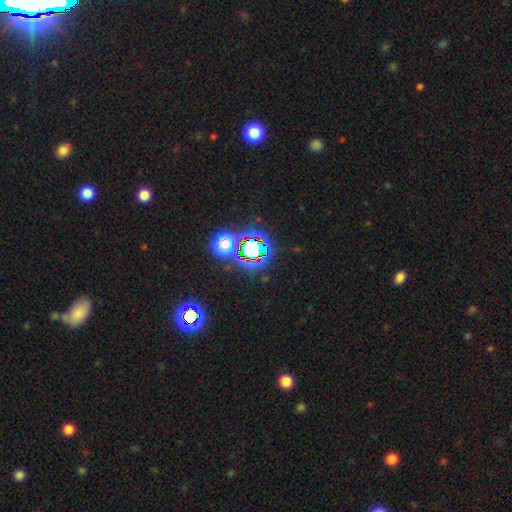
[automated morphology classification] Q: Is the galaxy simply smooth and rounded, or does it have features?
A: star or artifact — 79%.